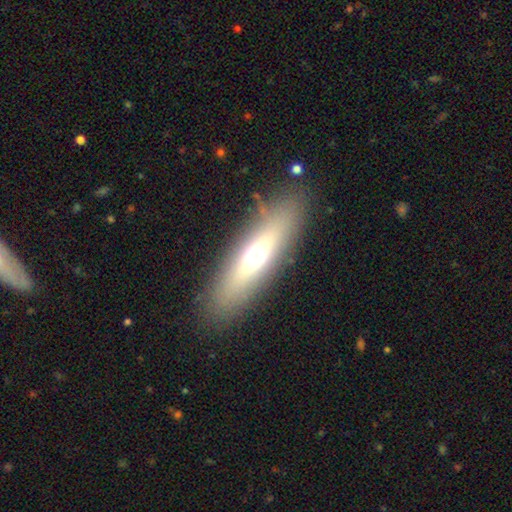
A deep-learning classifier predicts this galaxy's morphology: Smooth or featured: smooth — 52% (featured or disk — 39%)
How rounded: cigar-shaped — 57% (in between — 40%)
Merging: none — 85% (minor disturbance — 9%)